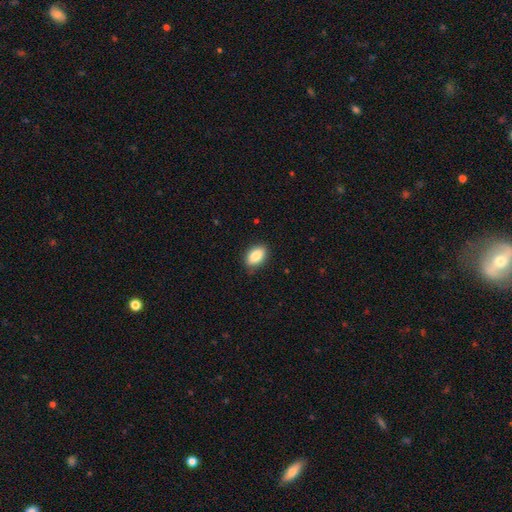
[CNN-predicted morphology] The model was most divided on "merging": none: 87%, minor disturbance: 10%, major disturbance: 2%, merger: 1%. More confident: how rounded — in between (90%); smooth or featured — smooth (87%).